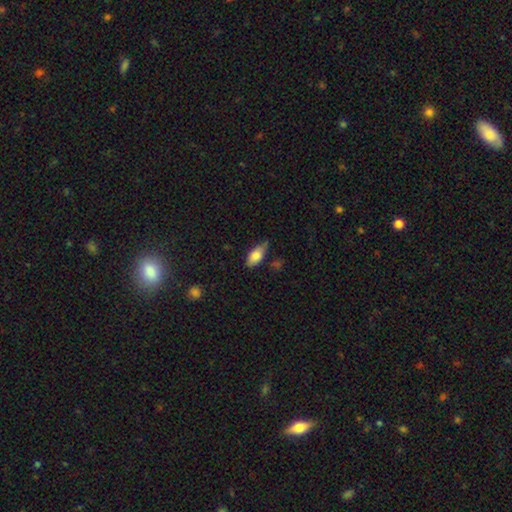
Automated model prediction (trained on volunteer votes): Smooth or featured? smooth (80%)
How rounded? in between (88%)
Merging? none (51%)